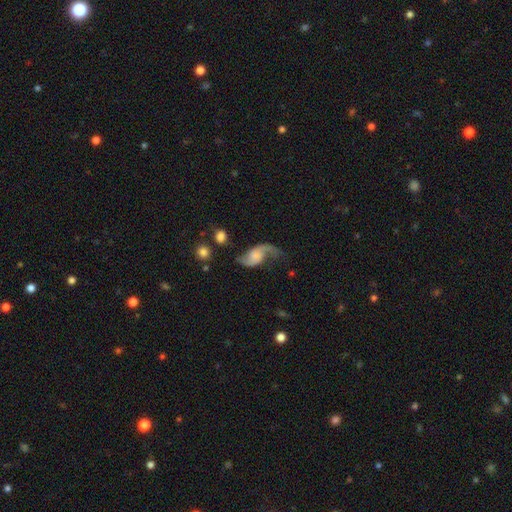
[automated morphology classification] smooth_or_featured: featured or disk (p=0.82) [alt: smooth p=0.12]
disk_edge_on: no (p=0.97) [alt: yes p=0.03]
bar: no (p=0.61) [alt: weak p=0.32]
has_spiral_arms: yes (p=0.95) [alt: no p=0.05]
spiral_winding: loose (p=0.77) [alt: medium p=0.19]
spiral_arm_count: 2 (p=0.89) [alt: 1 p=0.06]
bulge_size: none (p=0.39) [alt: small p=0.20]
merging: none (p=0.57) [alt: minor disturbance p=0.21]